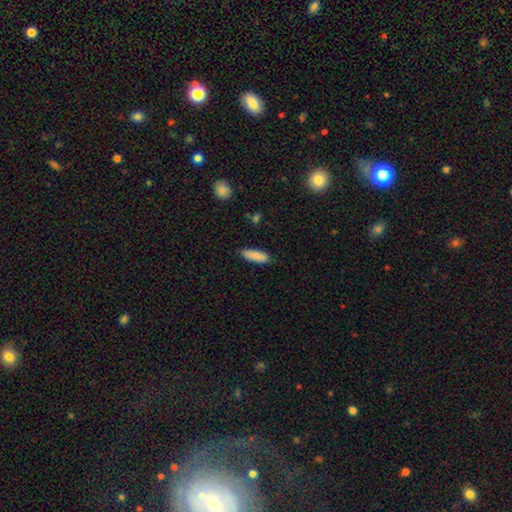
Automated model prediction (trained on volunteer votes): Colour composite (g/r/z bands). It shows a smooth galaxy with no disk features (88%) that is in between round and cigar-shaped (51%). Merging: none (85%).